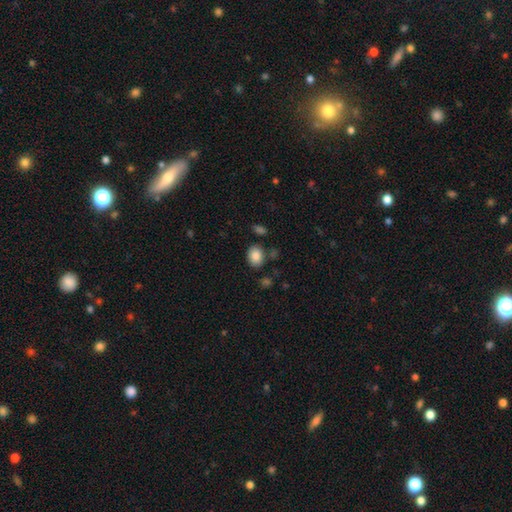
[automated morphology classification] A smooth galaxy with no disk features (86%) that is in between round and cigar-shaped (58%).

Vote fractions:
- Smooth or featured? smooth: 86% / star or artifact: 9% / featured or disk: 5%
- How rounded? in between: 58% / round: 41% / cigar-shaped: 1%
- Merging? none: 78% / minor disturbance: 13% / merger: 6% / major disturbance: 4%